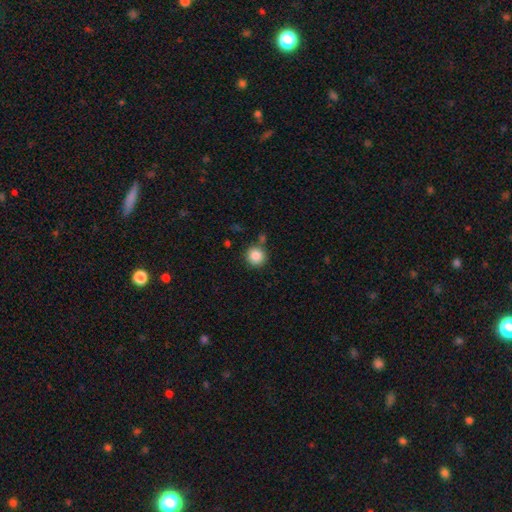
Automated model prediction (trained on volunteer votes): Q: Smooth or featured?
A: smooth (86%); runner-up: star or artifact (9%)
Q: How rounded?
A: round (93%); runner-up: in between (6%)
Q: Merging?
A: none (80%); runner-up: minor disturbance (9%)